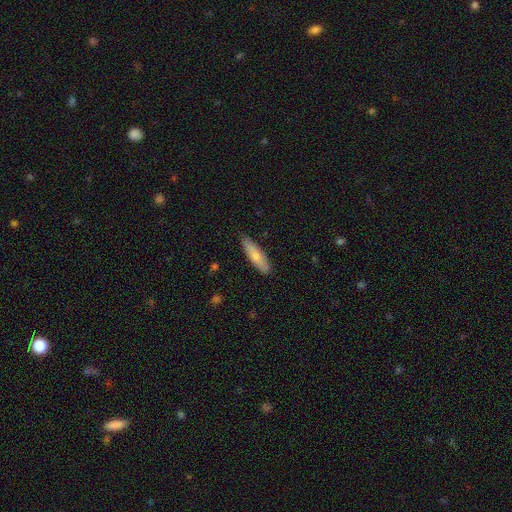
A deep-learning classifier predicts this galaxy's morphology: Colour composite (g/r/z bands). It shows a smooth galaxy with no disk features (74%) that is cigar-shaped (63%). Merging: none (84%).